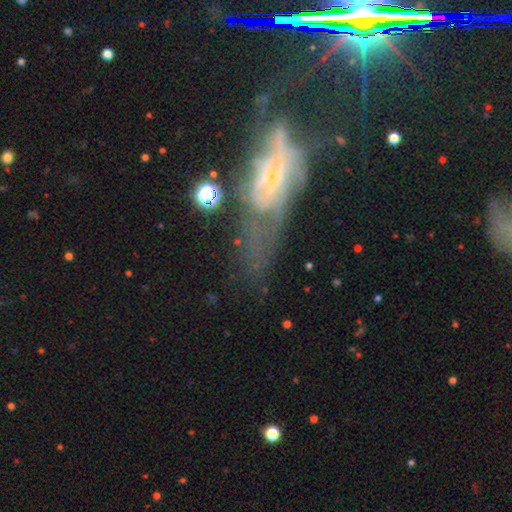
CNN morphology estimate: smooth_or_featured: featured or disk (p=0.67) [alt: smooth p=0.17]
disk_edge_on: no (p=0.78) [alt: yes p=0.22]
bar: no (p=0.66) [alt: weak p=0.23]
has_spiral_arms: yes (p=0.62) [alt: no p=0.38]
bulge_size: small (p=0.74) [alt: moderate p=0.17]
merging: none (p=0.39) [alt: major disturbance p=0.32]